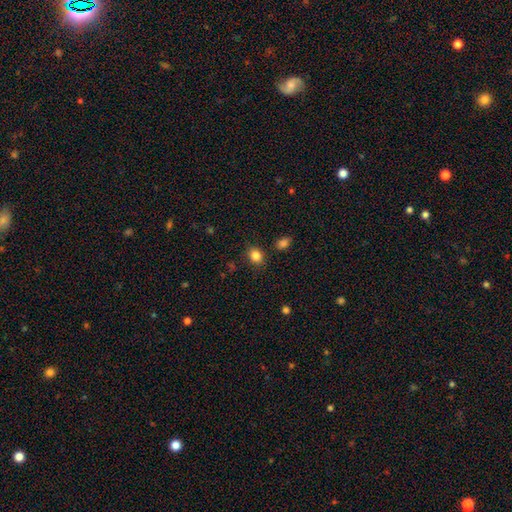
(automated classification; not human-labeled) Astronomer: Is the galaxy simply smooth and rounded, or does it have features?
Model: smooth — 84%.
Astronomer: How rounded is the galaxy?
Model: in between — 50% (runner-up: round, 49%).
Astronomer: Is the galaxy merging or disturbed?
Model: none — 83%.